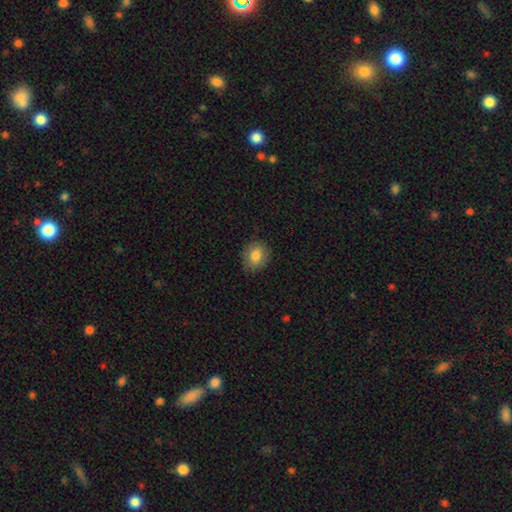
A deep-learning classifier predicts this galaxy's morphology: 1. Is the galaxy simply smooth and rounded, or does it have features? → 83% smooth, 9% star or artifact, 8% featured or disk.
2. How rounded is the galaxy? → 67% round, 32% in between, 1% cigar-shaped.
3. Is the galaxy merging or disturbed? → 86% none, 11% minor disturbance, 2% major disturbance, 1% merger.